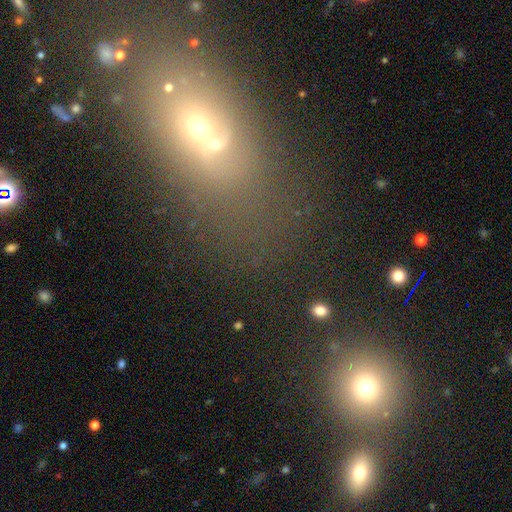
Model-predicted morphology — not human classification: smooth-or-featured: smooth: 49% | star or artifact: 33% | featured or disk: 18%
  merging: none: 49% | merger: 34% | minor disturbance: 10% | major disturbance: 7%